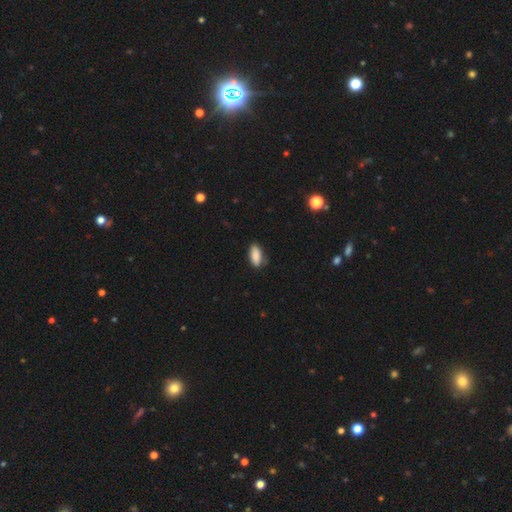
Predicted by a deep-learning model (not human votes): Smooth or featured?
  - smooth: 88% *
  - star or artifact: 7%
  - featured or disk: 5%
How rounded?
  - in between: 87% *
  - cigar-shaped: 10%
  - round: 2%
Merging?
  - none: 78% *
  - minor disturbance: 18%
  - major disturbance: 3%
  - merger: 1%